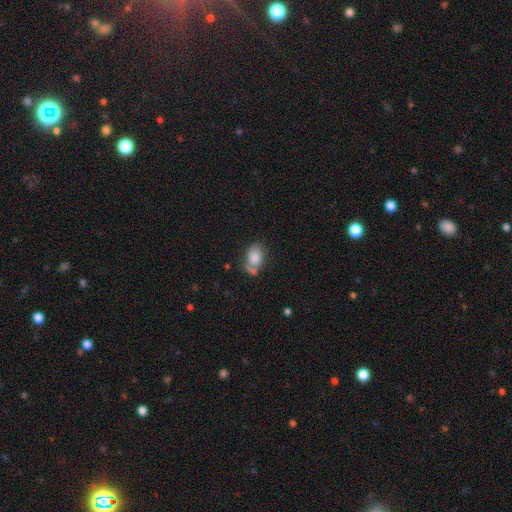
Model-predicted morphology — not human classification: This is likely a smooth galaxy (76%). How rounded: likely in between (79%). Merging: possibly none (52%).